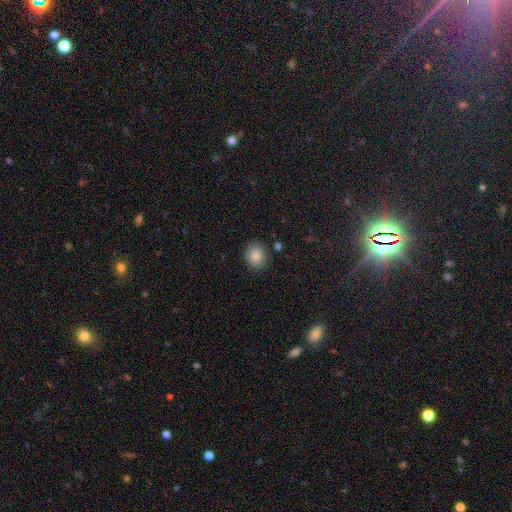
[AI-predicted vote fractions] The model was most divided on "how rounded": round: 62%, in between: 38%, cigar-shaped: 1%. More confident: smooth or featured — smooth (86%); merging — none (84%).